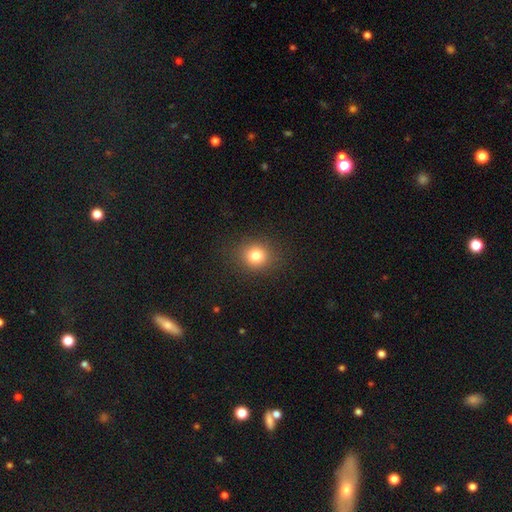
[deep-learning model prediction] This appears to be a smooth galaxy with no disk features (81%) that is round (76%). Merging: none (88%).